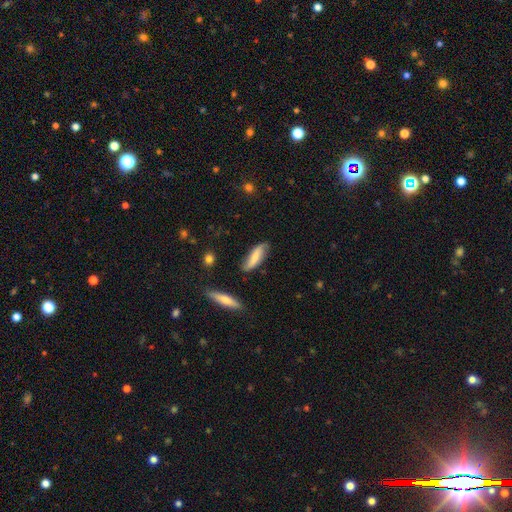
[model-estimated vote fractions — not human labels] Smooth or featured?
  - smooth: 63% *
  - featured or disk: 30%
  - star or artifact: 7%
How rounded?
  - cigar-shaped: 53% *
  - in between: 45%
  - round: 2%
Merging?
  - none: 73% *
  - minor disturbance: 20%
  - major disturbance: 4%
  - merger: 3%